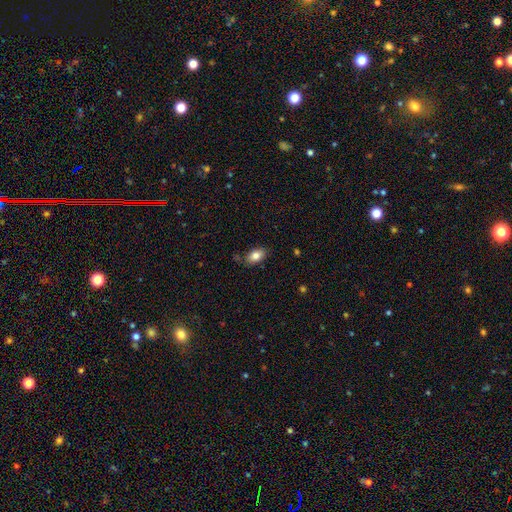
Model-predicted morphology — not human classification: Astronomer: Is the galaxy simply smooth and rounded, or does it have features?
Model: smooth — 82%.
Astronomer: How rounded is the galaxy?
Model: in between — 90%.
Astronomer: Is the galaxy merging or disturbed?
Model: none — 80%.